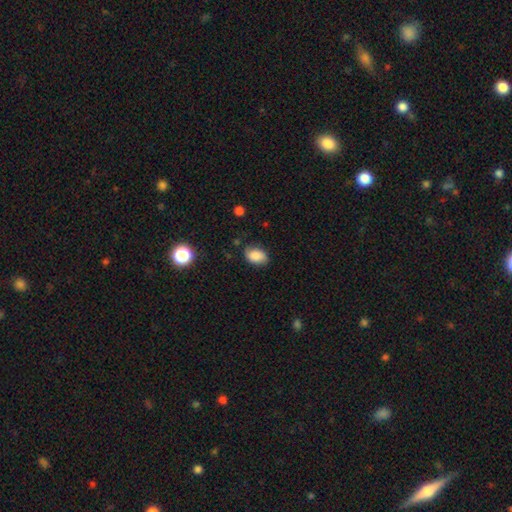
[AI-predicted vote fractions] A smooth galaxy with no disk features (83%) that is in between round and cigar-shaped (85%).

Vote fractions:
- Smooth or featured? smooth: 83% / star or artifact: 9% / featured or disk: 8%
- How rounded? in between: 85% / round: 13% / cigar-shaped: 1%
- Merging? none: 74% / minor disturbance: 20% / major disturbance: 4% / merger: 2%